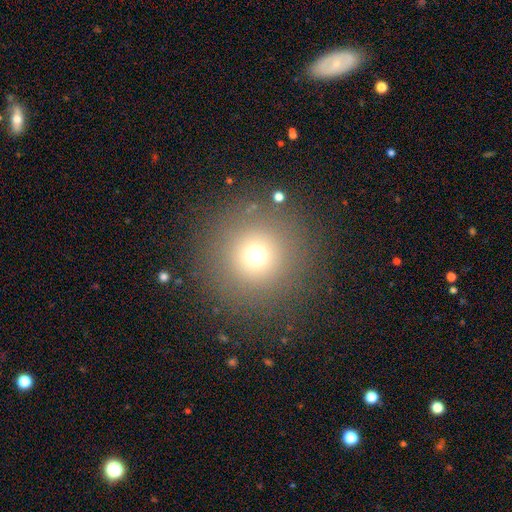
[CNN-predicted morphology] A smooth galaxy with no disk features (70%) that is round (96%).

Vote fractions:
- Smooth or featured? smooth: 70% / star or artifact: 21% / featured or disk: 9%
- How rounded? round: 96% / in between: 3% / cigar-shaped: 1%
- Merging? none: 89% / minor disturbance: 6% / major disturbance: 4% / merger: 2%